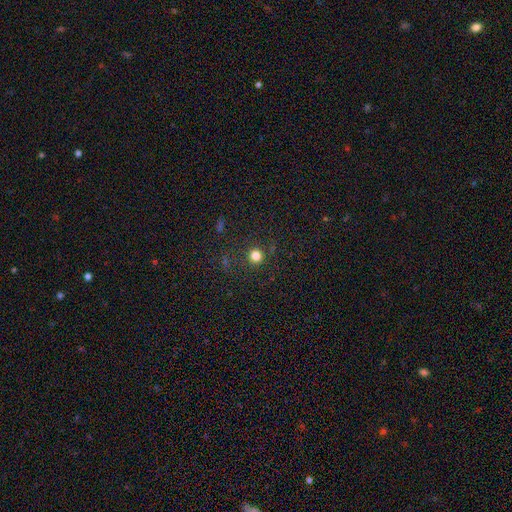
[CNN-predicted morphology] smooth 79%, star or artifact 16%, featured or disk 5%. Down the decision tree: how rounded — round (94%); merging — none (89%).